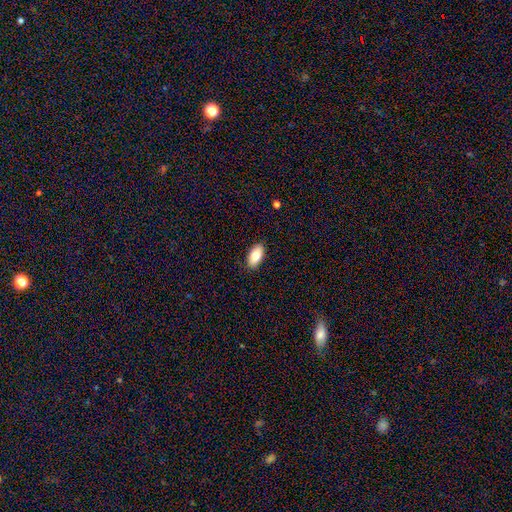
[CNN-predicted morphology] This appears to be a smooth galaxy with no disk features (81%) that is in between round and cigar-shaped (94%). Merging: none (89%).